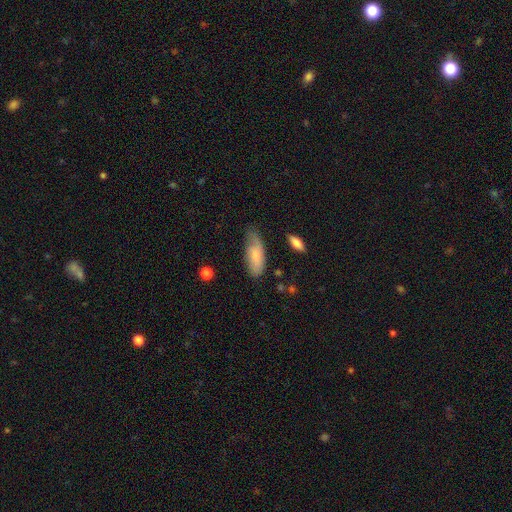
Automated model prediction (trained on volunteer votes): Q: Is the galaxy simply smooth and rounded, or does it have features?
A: smooth — 71%.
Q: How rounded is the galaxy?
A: in between — 80%.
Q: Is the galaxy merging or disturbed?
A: none — 51%.